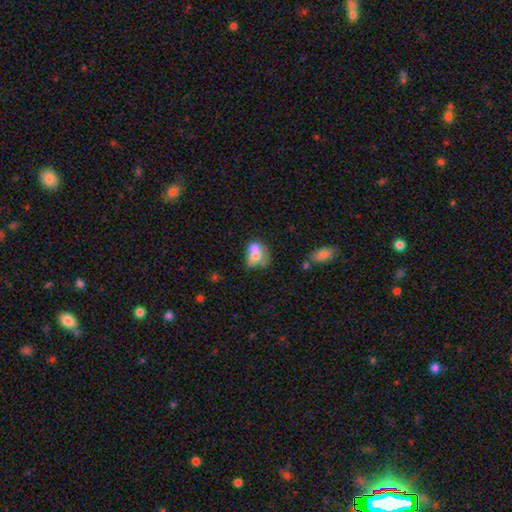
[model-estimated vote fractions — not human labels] smooth-or-featured: smooth: 63% | featured or disk: 27% | star or artifact: 10%
  how-rounded: in between: 63% | round: 36% | cigar-shaped: 2%
  merging: merger: 61% | none: 19% | minor disturbance: 10% | major disturbance: 9%